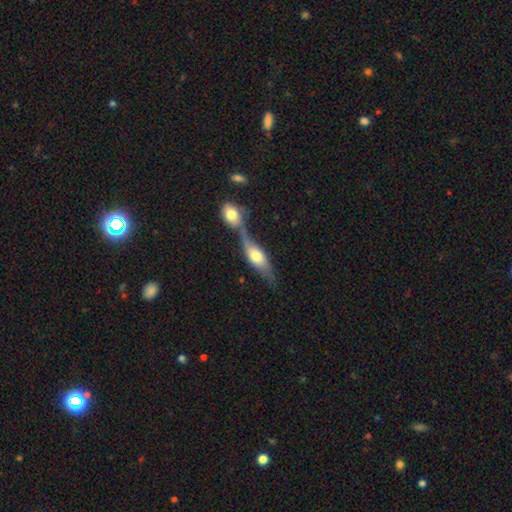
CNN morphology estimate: Smooth or featured: smooth — 52% (featured or disk — 42%)
How rounded: in between — 64% (cigar-shaped — 31%)
Merging: merger — 59% (none — 25%)